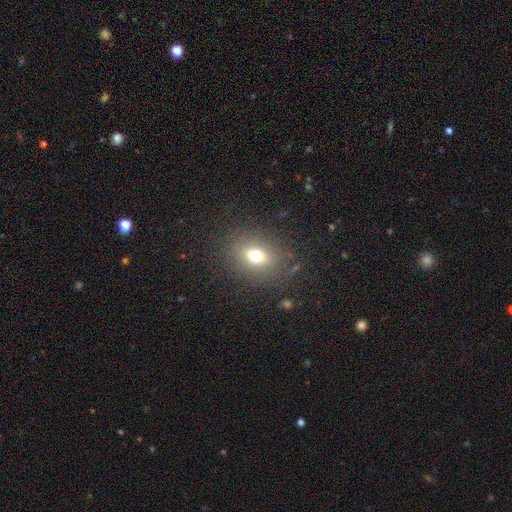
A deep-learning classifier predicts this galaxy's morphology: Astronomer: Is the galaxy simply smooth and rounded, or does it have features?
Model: smooth — 68%.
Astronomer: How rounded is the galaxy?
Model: in between — 53% (runner-up: round, 45%).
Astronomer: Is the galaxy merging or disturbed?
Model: none — 83%.